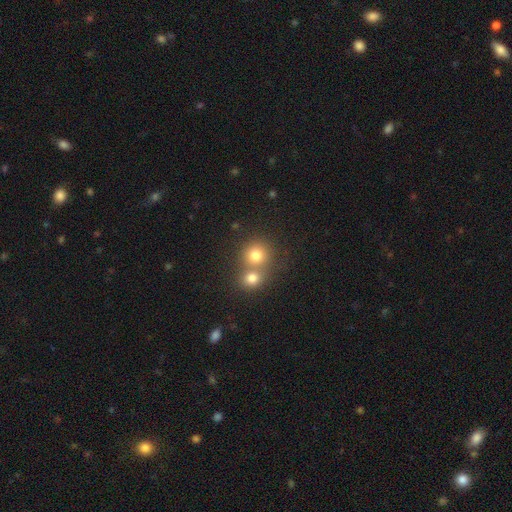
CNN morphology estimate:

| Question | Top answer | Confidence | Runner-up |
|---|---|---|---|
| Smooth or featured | smooth | 77% | star or artifact (13%) |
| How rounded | round | 87% | in between (12%) |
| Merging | merger | 50% | none (42%) |